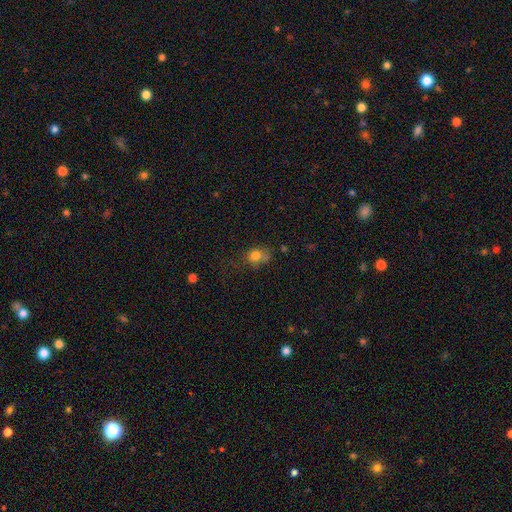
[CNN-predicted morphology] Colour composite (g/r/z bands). It shows a smooth galaxy with no disk features (77%) that is round (58%). Merging: none (47%).